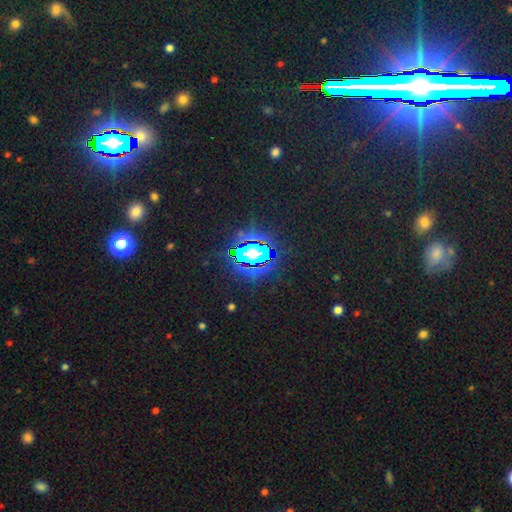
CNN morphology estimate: Q: Smooth or featured?
A: star or artifact (63%); runner-up: smooth (24%)